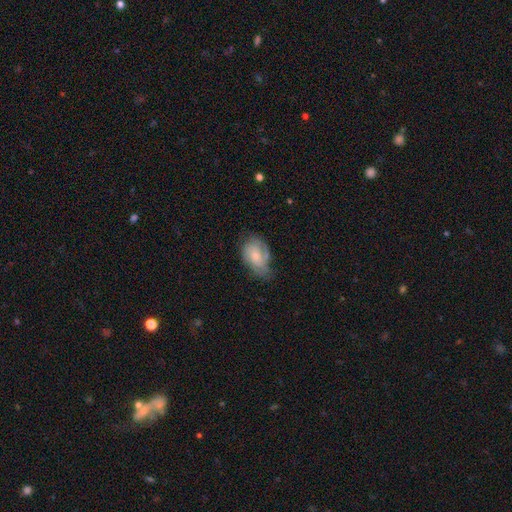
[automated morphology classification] featured or disk 49%, smooth 44%, star or artifact 7%. Down the decision tree: merging — none (50%).